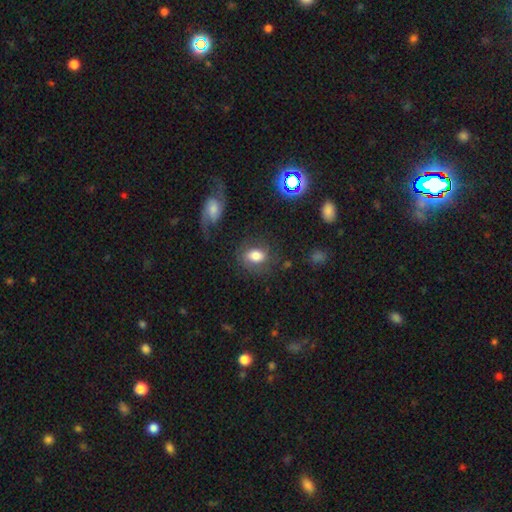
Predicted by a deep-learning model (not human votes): Smooth or featured?
  - smooth: 65% *
  - featured or disk: 24%
  - star or artifact: 10%
How rounded?
  - in between: 66% *
  - round: 33%
  - cigar-shaped: 2%
Merging?
  - none: 67% *
  - minor disturbance: 18%
  - major disturbance: 11%
  - merger: 4%